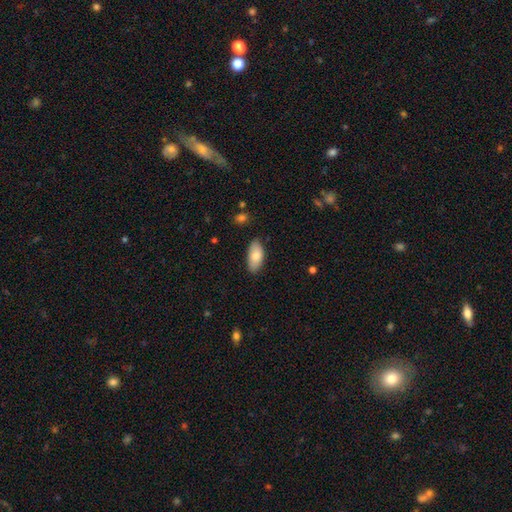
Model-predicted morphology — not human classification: Smooth or featured? smooth (81%)
How rounded? in between (93%)
Merging? none (82%)